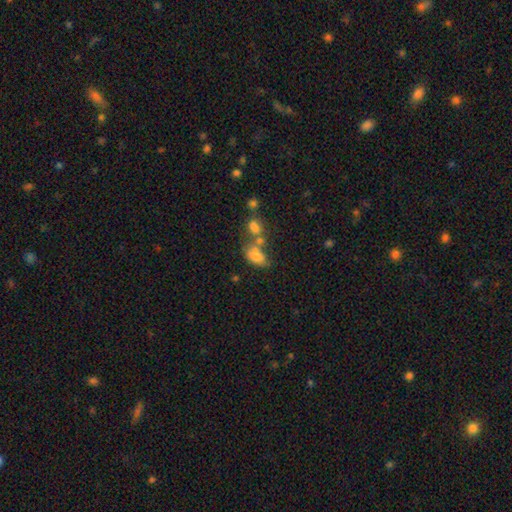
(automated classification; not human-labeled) The model was most divided on "merging": merger: 40%, none: 34%, minor disturbance: 16%, major disturbance: 10%. More confident: how rounded — in between (87%); smooth or featured — smooth (75%).